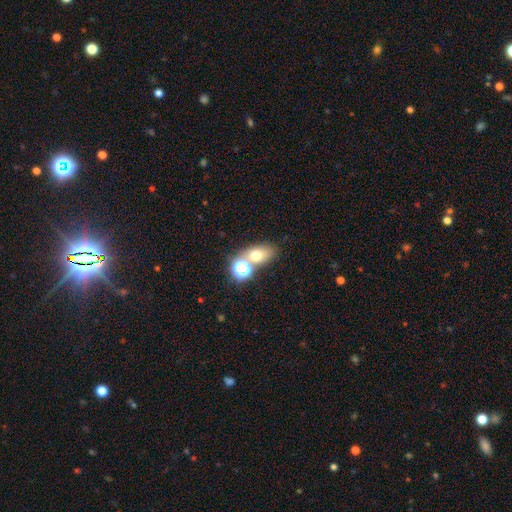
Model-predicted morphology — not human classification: smooth 66%, star or artifact 19%, featured or disk 15%. Down the decision tree: how rounded — in between (66%); merging — none (52%).